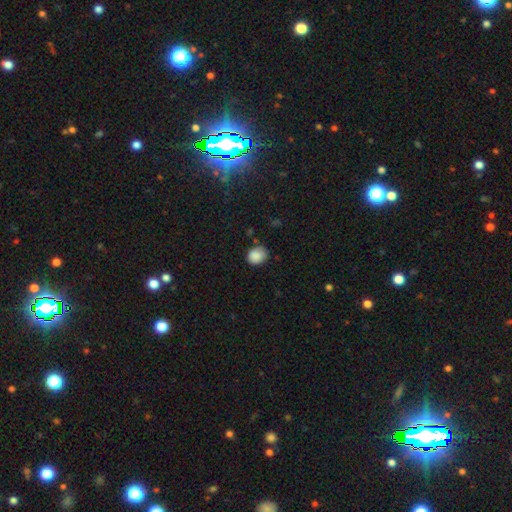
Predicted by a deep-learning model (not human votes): This appears to be a smooth galaxy with no disk features (87%) that is round (67%). Merging: none (70%).